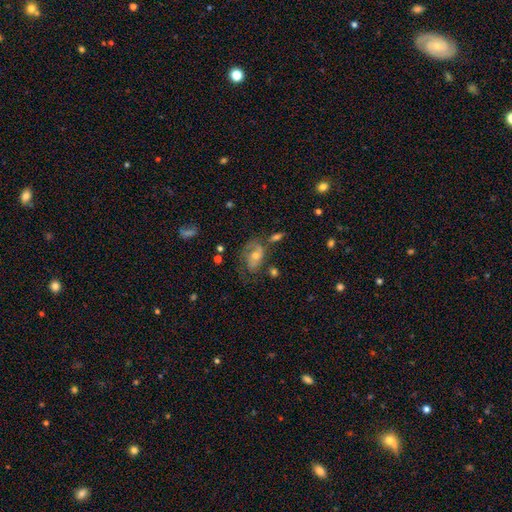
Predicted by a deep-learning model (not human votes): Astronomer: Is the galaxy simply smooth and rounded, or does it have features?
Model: featured or disk — 63%.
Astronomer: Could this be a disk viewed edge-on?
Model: no — 95%.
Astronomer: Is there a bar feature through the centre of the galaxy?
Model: no — 67%.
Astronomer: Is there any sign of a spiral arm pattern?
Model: yes — 75%.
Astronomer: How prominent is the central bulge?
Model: moderate — 61%.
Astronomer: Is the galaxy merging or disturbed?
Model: none — 48%.